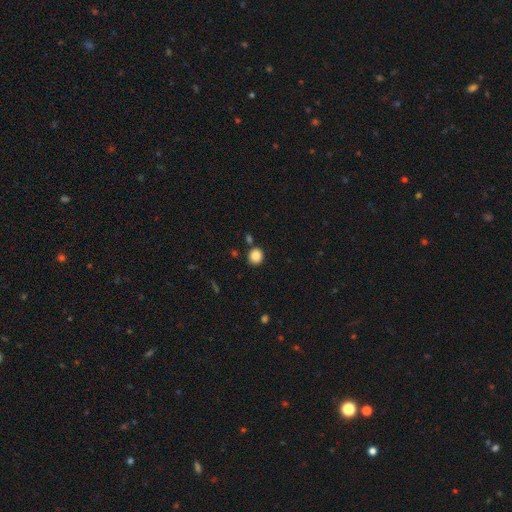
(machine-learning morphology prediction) smooth_or_featured: smooth (p=0.85) [alt: star or artifact p=0.10]
how_rounded: round (p=0.88) [alt: in between p=0.11]
merging: none (p=0.84) [alt: minor disturbance p=0.08]